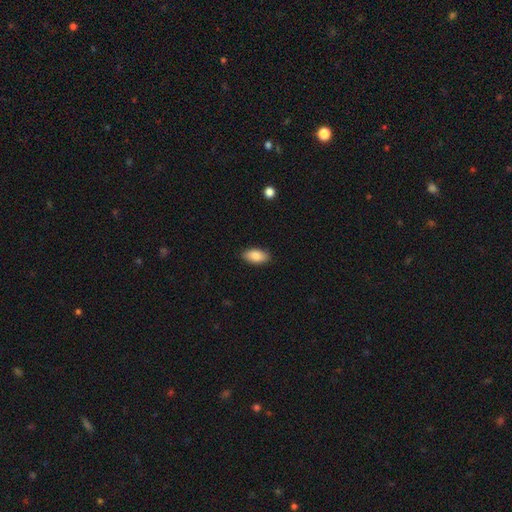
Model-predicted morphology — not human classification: Overall: smooth (87%). How rounded: in between (93%). Merging: none (88%).